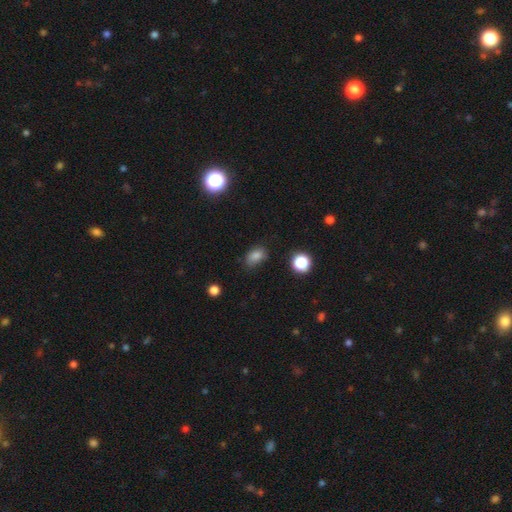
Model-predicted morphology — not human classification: Smooth or featured?
  - smooth: 81% *
  - star or artifact: 13%
  - featured or disk: 6%
How rounded?
  - in between: 80% *
  - round: 19%
  - cigar-shaped: 2%
Merging?
  - none: 67% *
  - minor disturbance: 25%
  - major disturbance: 6%
  - merger: 2%